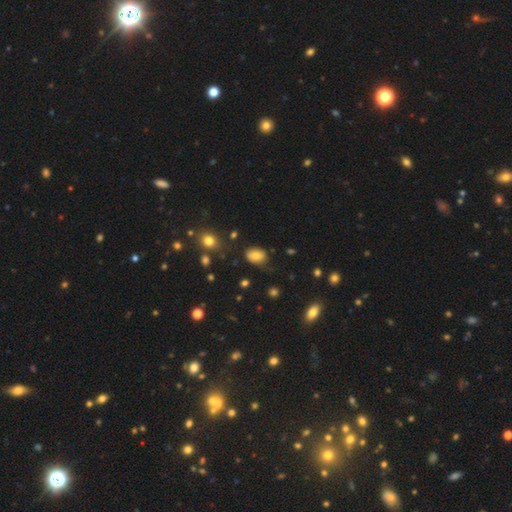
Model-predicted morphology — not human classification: This appears to be a smooth galaxy with no disk features (77%) that is in between round and cigar-shaped (78%). Merging: none (67%).